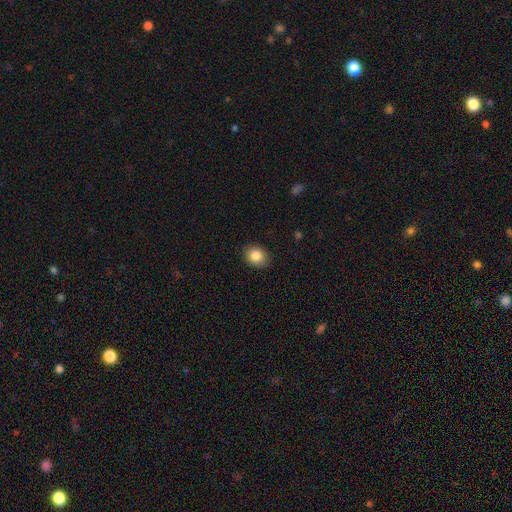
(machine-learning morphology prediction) Smooth or featured: smooth — 85% (star or artifact — 9%)
How rounded: in between — 50% (round — 49%)
Merging: none — 88% (minor disturbance — 9%)